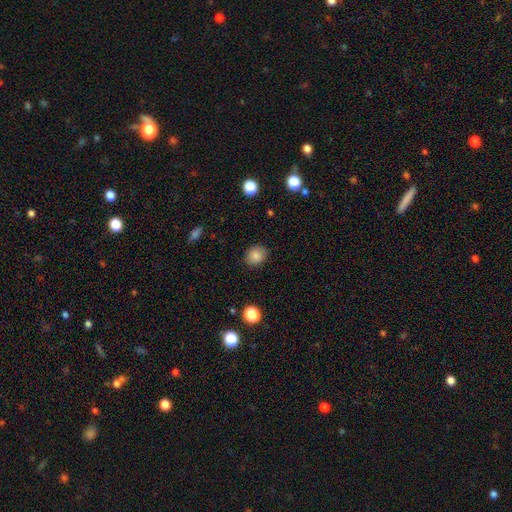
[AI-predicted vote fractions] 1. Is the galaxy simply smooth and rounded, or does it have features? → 84% smooth, 10% star or artifact, 6% featured or disk.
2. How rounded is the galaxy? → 65% round, 34% in between, 1% cigar-shaped.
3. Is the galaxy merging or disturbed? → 86% none, 10% minor disturbance, 3% major disturbance, 1% merger.